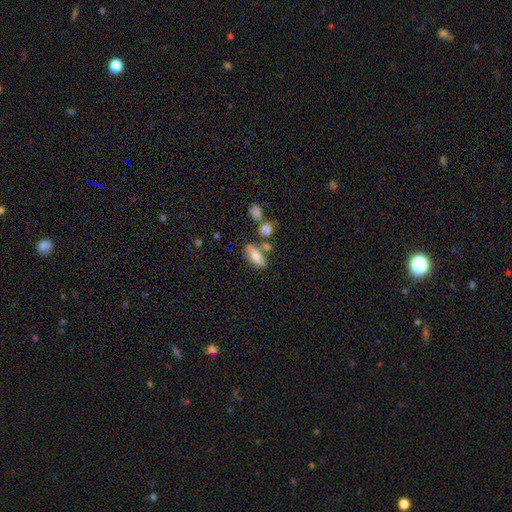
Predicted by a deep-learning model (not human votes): Overall: smooth (69%). How rounded: in between (79%). Merging: none (66%).